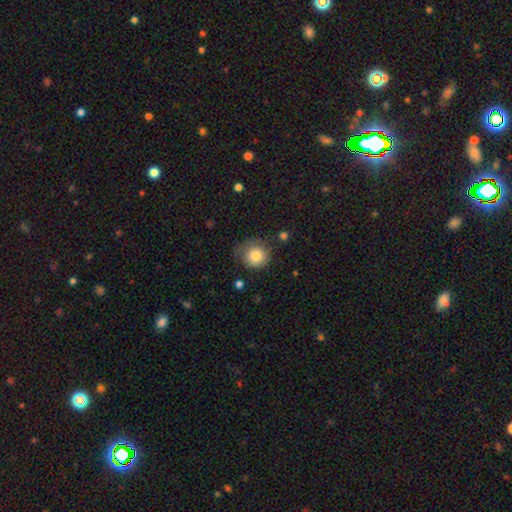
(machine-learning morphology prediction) Q: Smooth or featured?
A: smooth (81%); runner-up: featured or disk (10%)
Q: How rounded?
A: round (86%); runner-up: in between (13%)
Q: Merging?
A: none (59%); runner-up: minor disturbance (28%)